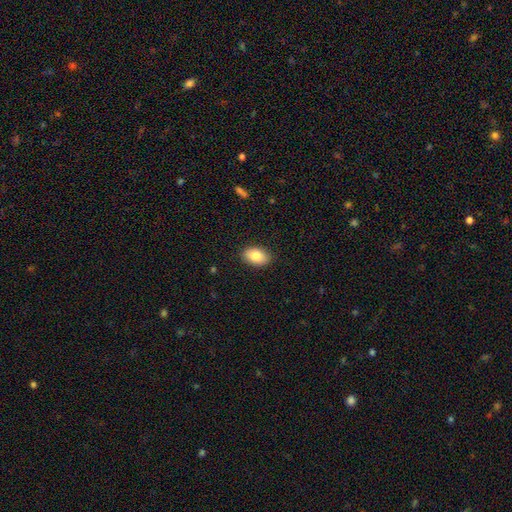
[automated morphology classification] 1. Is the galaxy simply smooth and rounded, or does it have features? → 84% smooth, 9% featured or disk, 7% star or artifact.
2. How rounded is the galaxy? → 90% in between, 8% round, 1% cigar-shaped.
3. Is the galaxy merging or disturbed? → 88% none, 9% minor disturbance, 2% major disturbance, 1% merger.